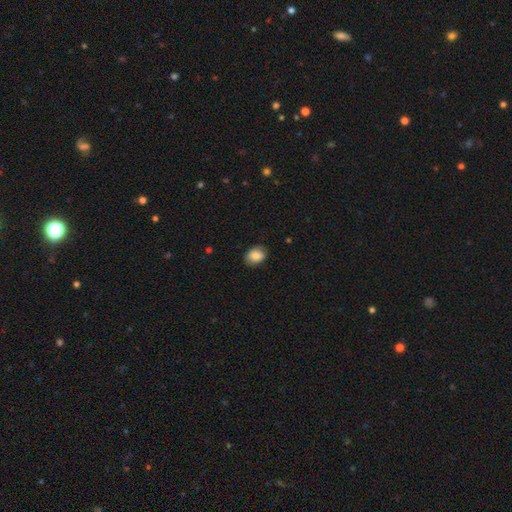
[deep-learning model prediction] smooth 83%, featured or disk 9%, star or artifact 8%. Down the decision tree: how rounded — in between (69%); merging — none (81%).